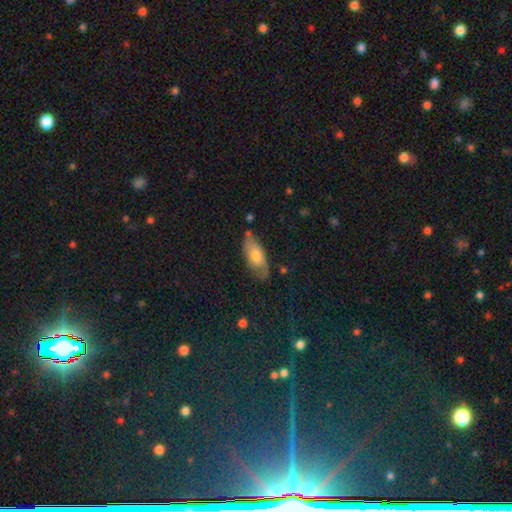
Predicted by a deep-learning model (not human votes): Smooth or featured? Predicted: smooth (p=0.66). How rounded? Predicted: in between (p=0.85). Merging? Predicted: none (p=0.66).